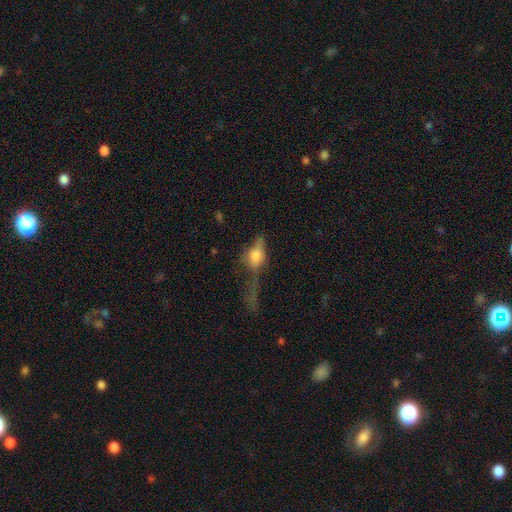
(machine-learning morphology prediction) type=smooth (53%); roundness=in between (68%); merging=major disturbance (46%).